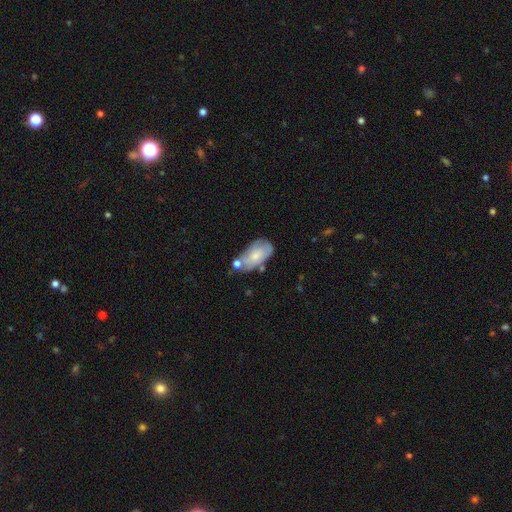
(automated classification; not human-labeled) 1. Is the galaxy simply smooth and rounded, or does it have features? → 60% smooth, 33% featured or disk, 7% star or artifact.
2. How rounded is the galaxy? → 93% in between, 4% round, 3% cigar-shaped.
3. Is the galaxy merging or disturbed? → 44% none, 27% minor disturbance, 19% merger, 10% major disturbance.